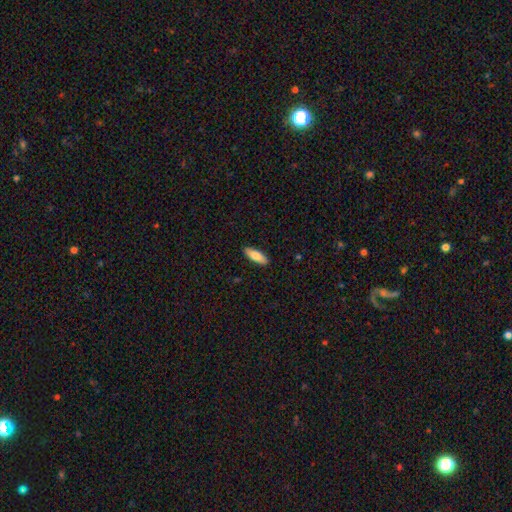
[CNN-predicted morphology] Overall: smooth (81%). How rounded: in between (59%; cigar-shaped 39%). Merging: none (89%).